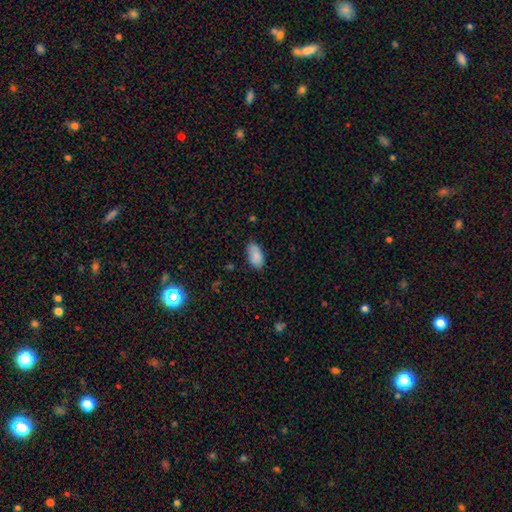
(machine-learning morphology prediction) Smooth or featured? smooth (87%)
How rounded? in between (94%)
Merging? none (79%)